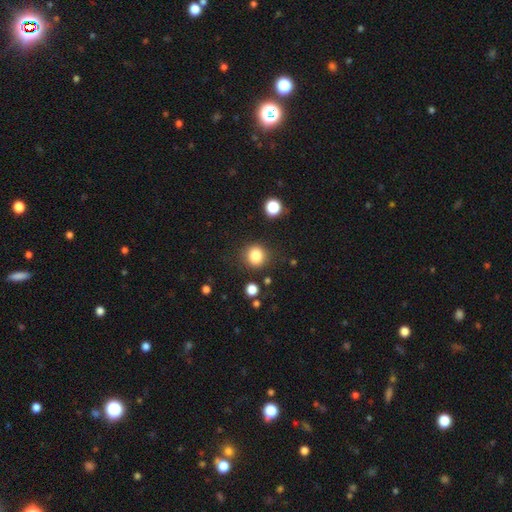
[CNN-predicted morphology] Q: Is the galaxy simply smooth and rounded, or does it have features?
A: smooth — 84%.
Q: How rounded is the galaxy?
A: round — 87%.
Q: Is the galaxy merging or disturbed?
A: none — 85%.